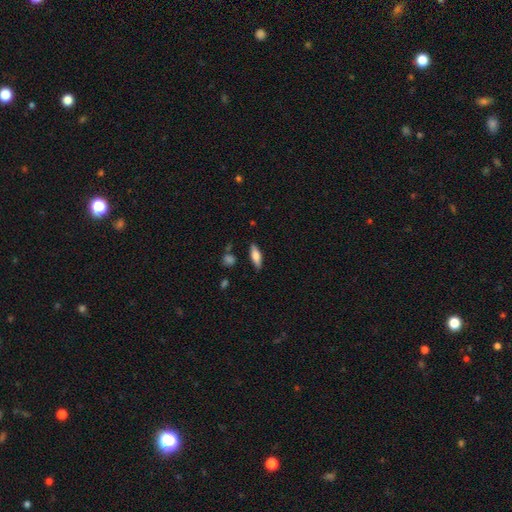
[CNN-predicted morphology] A smooth galaxy with no disk features (72%) that is in between round and cigar-shaped (59%). Merging: none (83%).